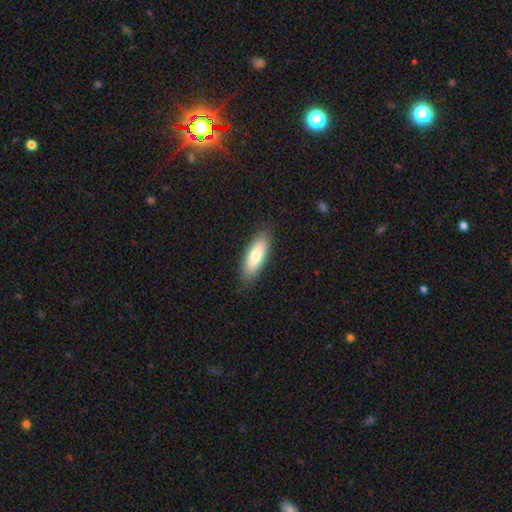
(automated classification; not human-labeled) Smooth or featured? Predicted: smooth (p=0.76). How rounded? Predicted: in between (p=0.57). Merging? Predicted: none (p=0.86).